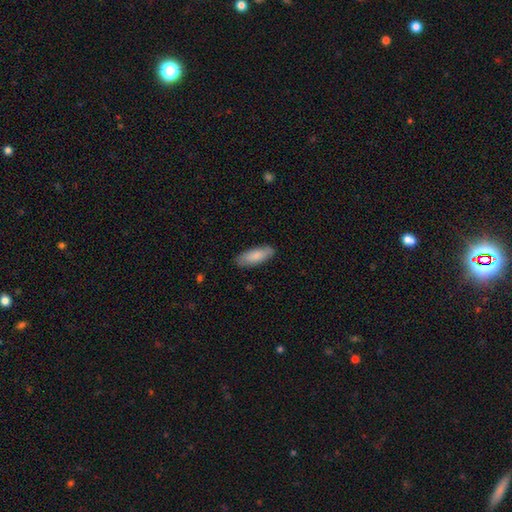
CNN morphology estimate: Smooth or featured? smooth (82%)
How rounded? in between (67%)
Merging? none (84%)